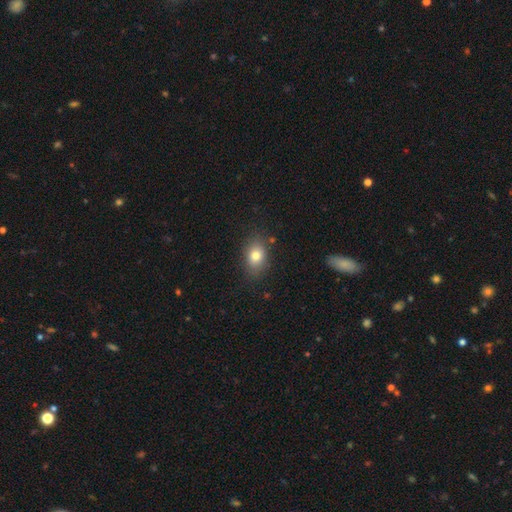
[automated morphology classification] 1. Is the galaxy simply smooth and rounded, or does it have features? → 79% smooth, 11% featured or disk, 10% star or artifact.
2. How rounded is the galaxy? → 76% in between, 22% round, 2% cigar-shaped.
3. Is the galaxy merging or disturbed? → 82% none, 13% minor disturbance, 4% major disturbance, 2% merger.